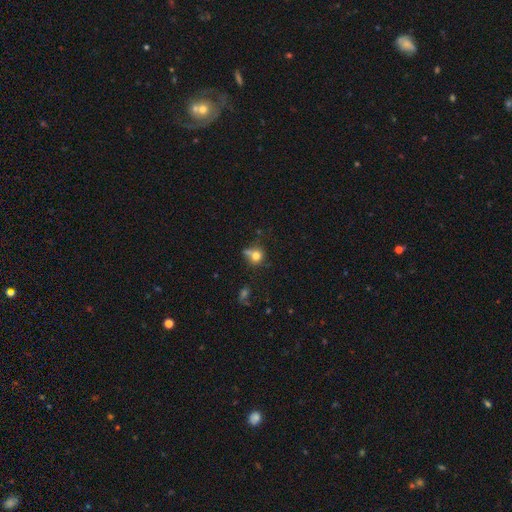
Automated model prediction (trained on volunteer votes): Smooth or featured? Predicted: smooth (p=0.74). How rounded? Predicted: round (p=0.78). Merging? Predicted: none (p=0.49).